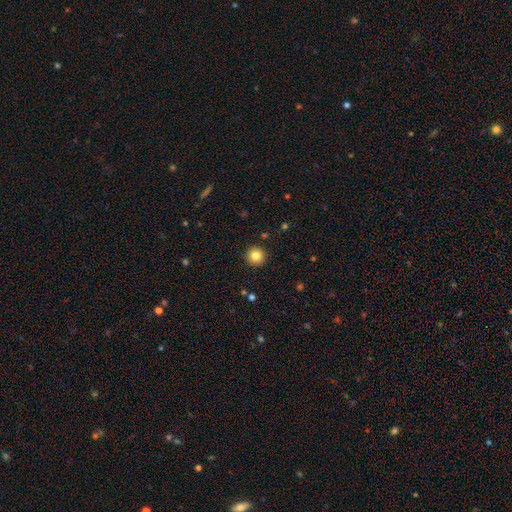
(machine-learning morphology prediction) Overall: smooth (83%). How rounded: round (96%). Merging: none (92%).